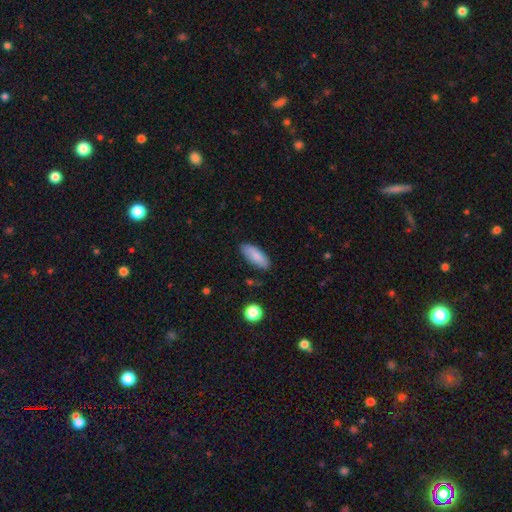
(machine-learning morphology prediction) This is clearly a smooth galaxy (86%). How rounded: likely in between (76%). Merging: clearly none (84%).